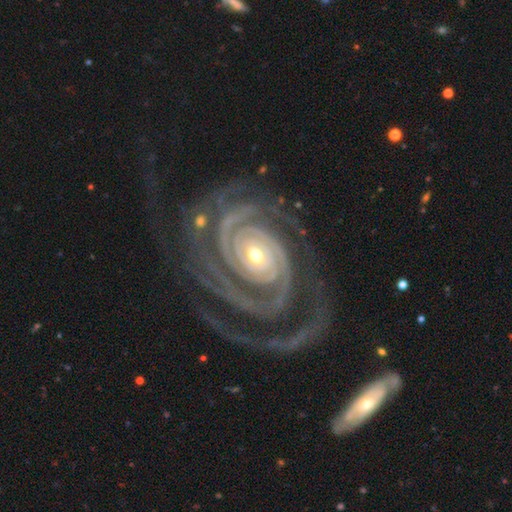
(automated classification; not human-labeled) Overall: featured or disk (94%). Edge-on disk: no (97%). Bar: no (69%). Spiral arms: yes (99%). Spiral arm count: 2 (48%; 3 20%). Spiral winding: tight (81%). Bulge size: small (60%; moderate 36%). Merging: none (64%).